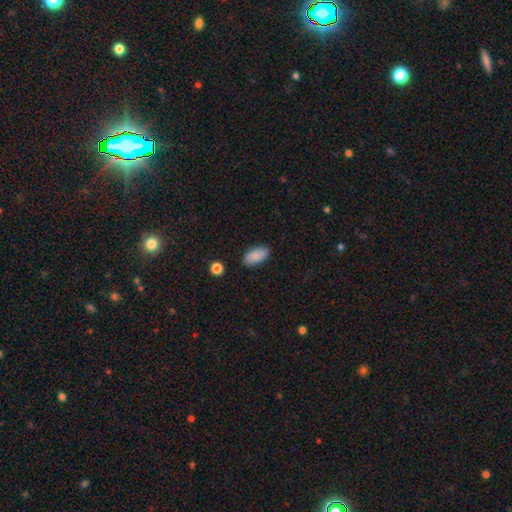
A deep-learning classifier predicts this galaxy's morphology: smooth_or_featured: smooth (p=0.87) [alt: star or artifact p=0.07]
how_rounded: in between (p=0.93) [alt: cigar-shaped p=0.04]
merging: none (p=0.86) [alt: minor disturbance p=0.10]